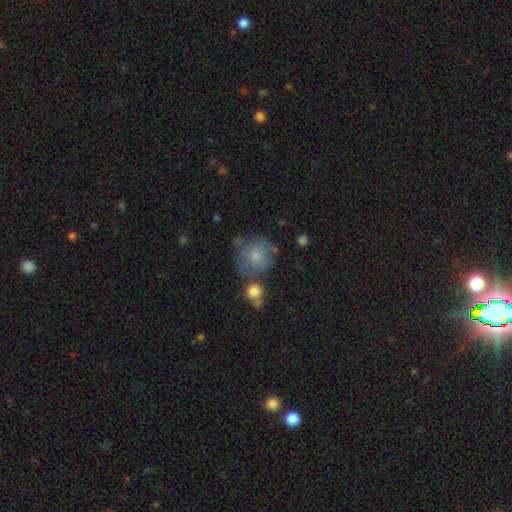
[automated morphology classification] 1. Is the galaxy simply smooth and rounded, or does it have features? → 69% smooth, 23% featured or disk, 9% star or artifact.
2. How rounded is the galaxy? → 85% round, 14% in between, 1% cigar-shaped.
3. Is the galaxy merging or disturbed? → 51% none, 22% minor disturbance, 13% merger, 13% major disturbance.